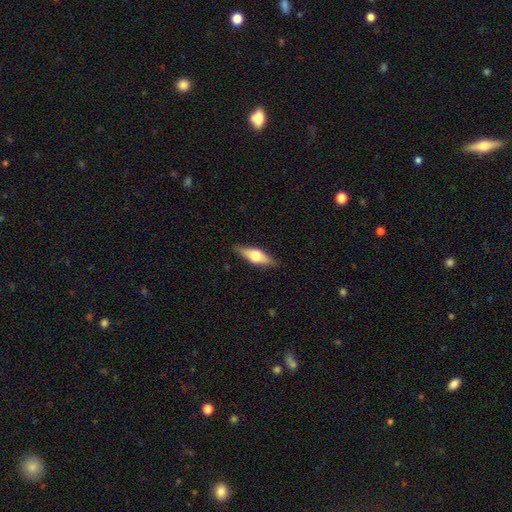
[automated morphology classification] type=featured or disk (54%); edge-on=yes (93%); edge-on bulge=rounded (92%); merging=none (86%).